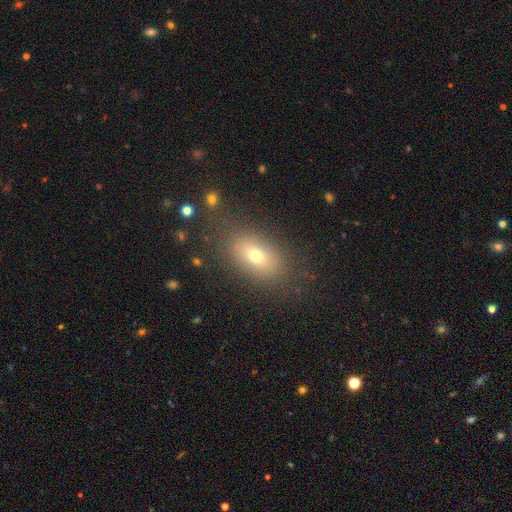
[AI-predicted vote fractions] Smooth or featured: smooth — 69% (featured or disk — 17%)
How rounded: in between — 81% (round — 16%)
Merging: none — 79% (minor disturbance — 12%)